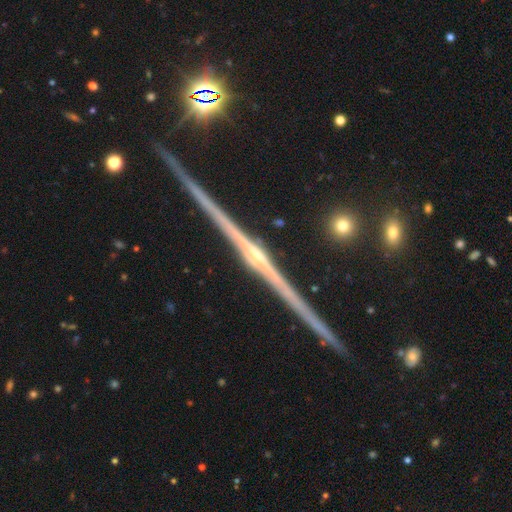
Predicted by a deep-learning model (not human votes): featured or disk 90%, star or artifact 6%, smooth 4%. Down the decision tree: edge-on disk — yes (99%); edge-on bulge — rounded (74%); merging — none (91%).